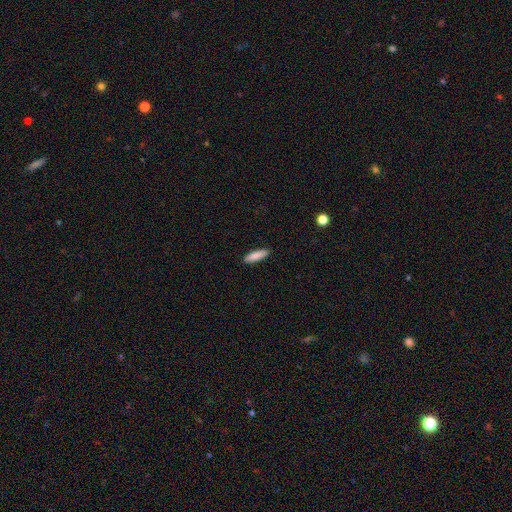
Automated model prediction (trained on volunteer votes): Q: Smooth or featured?
A: smooth (88%); runner-up: featured or disk (7%)
Q: How rounded?
A: cigar-shaped (65%); runner-up: in between (34%)
Q: Merging?
A: none (90%); runner-up: minor disturbance (7%)